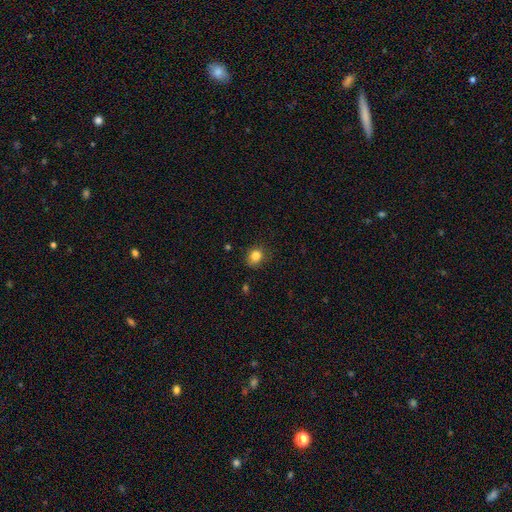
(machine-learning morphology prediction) smooth_or_featured: smooth (p=0.83) [alt: star or artifact p=0.11]
how_rounded: round (p=0.59) [alt: in between p=0.40]
merging: none (p=0.81) [alt: minor disturbance p=0.15]